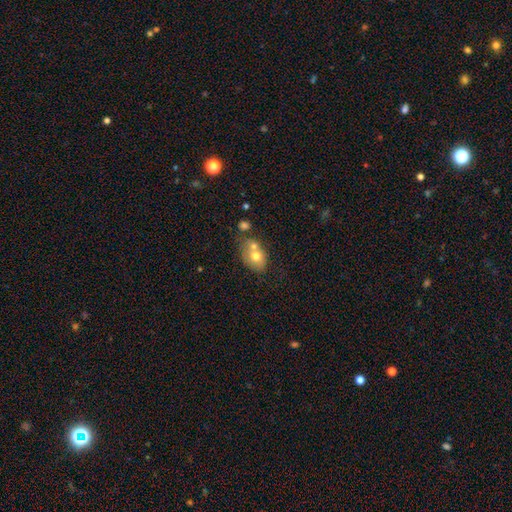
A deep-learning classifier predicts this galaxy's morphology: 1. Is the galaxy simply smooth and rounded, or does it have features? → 68% smooth, 24% featured or disk, 9% star or artifact.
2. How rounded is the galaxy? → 70% in between, 29% round, 1% cigar-shaped.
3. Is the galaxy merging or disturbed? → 45% merger, 33% none, 15% minor disturbance, 6% major disturbance.